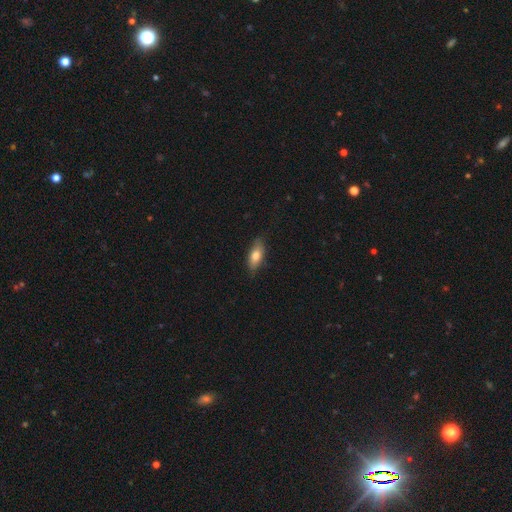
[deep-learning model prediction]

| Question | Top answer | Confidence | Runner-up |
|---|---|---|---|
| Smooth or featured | smooth | 75% | featured or disk (19%) |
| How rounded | in between | 78% | cigar-shaped (19%) |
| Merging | none | 77% | minor disturbance (18%) |